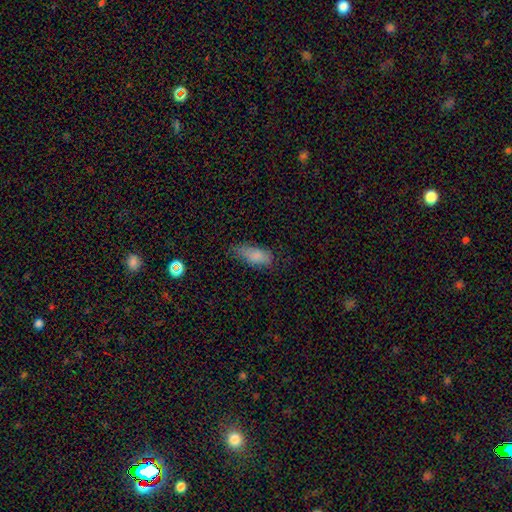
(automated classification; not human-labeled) This appears to be a smooth galaxy with no disk features (81%) that is in between round and cigar-shaped (81%). Merging: none (53%).